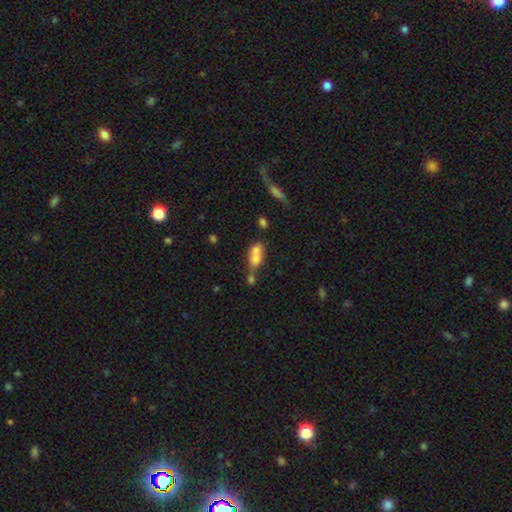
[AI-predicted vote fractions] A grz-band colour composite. It shows a smooth galaxy with no disk features (67%) that is in between round and cigar-shaped (63%). Merging: merger (64%).